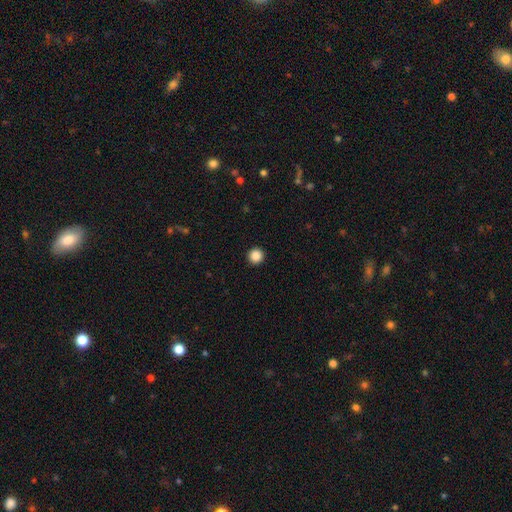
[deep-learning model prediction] smooth 88%, star or artifact 10%, featured or disk 2%. Down the decision tree: how rounded — round (96%); merging — none (94%).